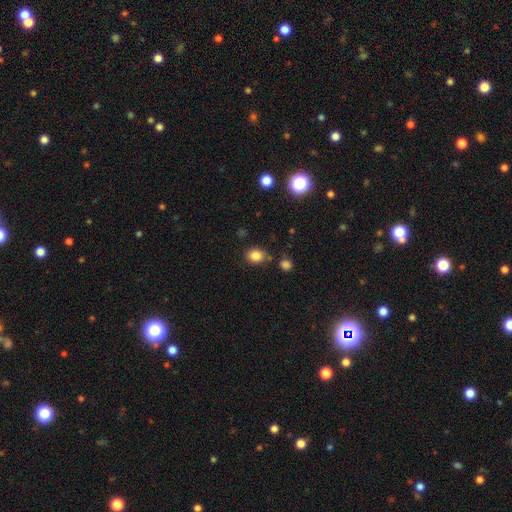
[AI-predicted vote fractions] A smooth galaxy with no disk features (84%) that is round (61%).

Vote fractions:
- Smooth or featured? smooth: 84% / star or artifact: 11% / featured or disk: 5%
- How rounded? round: 61% / in between: 38% / cigar-shaped: 1%
- Merging? none: 79% / minor disturbance: 12% / merger: 6% / major disturbance: 3%